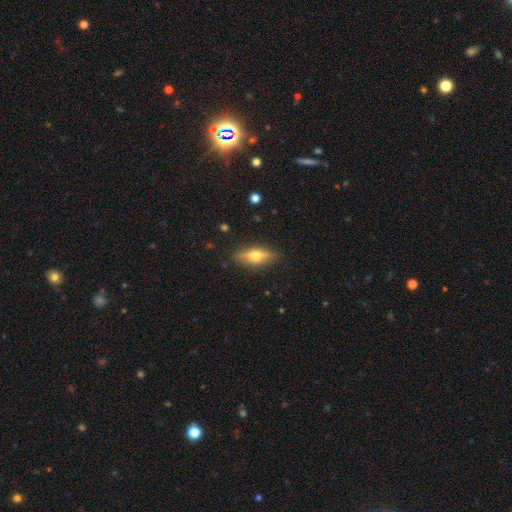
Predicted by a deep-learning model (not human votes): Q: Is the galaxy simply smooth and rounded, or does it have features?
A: featured or disk — 53%.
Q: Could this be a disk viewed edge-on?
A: yes — 89%.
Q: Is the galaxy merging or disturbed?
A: none — 86%.